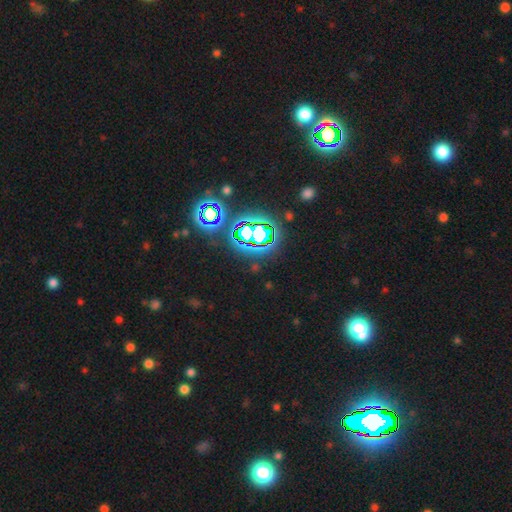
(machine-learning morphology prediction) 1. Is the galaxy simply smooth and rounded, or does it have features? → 79% star or artifact, 13% smooth, 8% featured or disk.